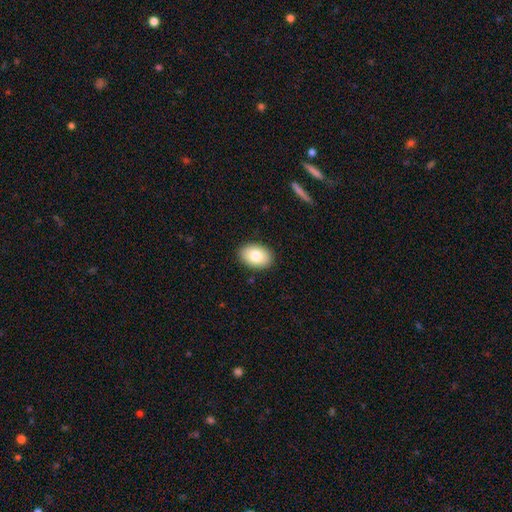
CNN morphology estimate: Smooth or featured? smooth (81%)
How rounded? in between (86%)
Merging? none (90%)